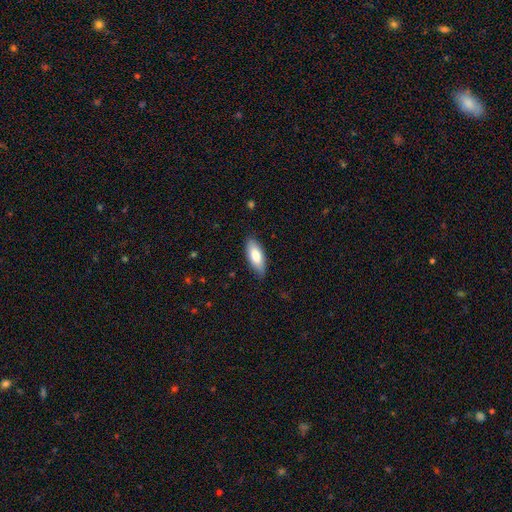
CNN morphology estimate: type=smooth (77%); roundness=in between (75%); merging=none (83%).